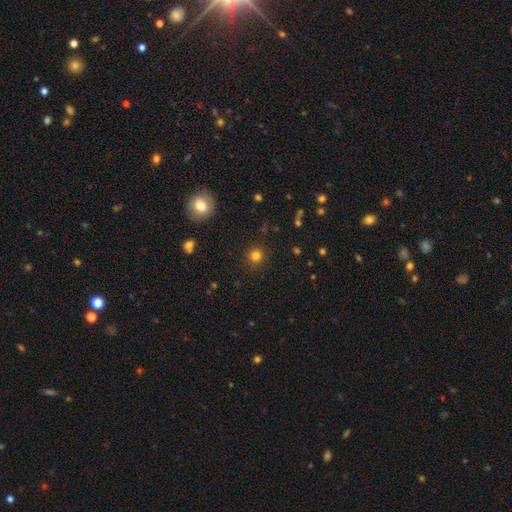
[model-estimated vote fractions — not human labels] smooth 81%, star or artifact 14%, featured or disk 5%. Down the decision tree: how rounded — round (94%); merging — none (91%).